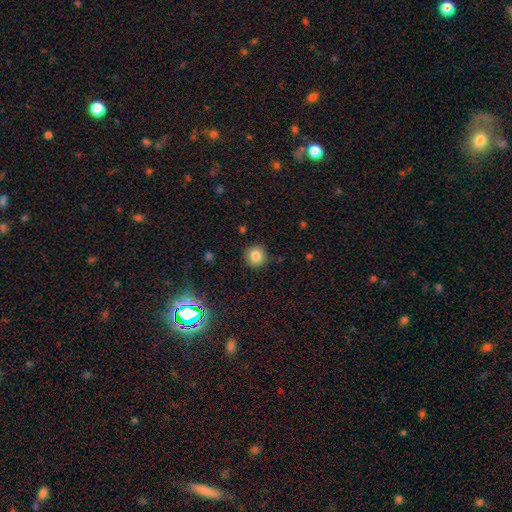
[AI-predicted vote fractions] Smooth or featured?
  - smooth: 81% *
  - star or artifact: 12%
  - featured or disk: 7%
How rounded?
  - round: 94% *
  - in between: 5%
  - cigar-shaped: 1%
Merging?
  - none: 90% *
  - minor disturbance: 7%
  - major disturbance: 2%
  - merger: 1%